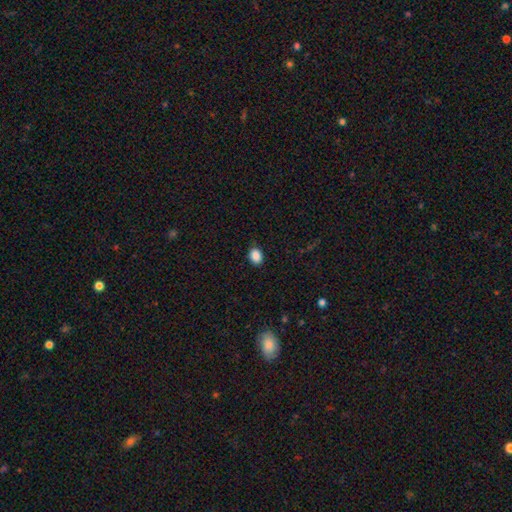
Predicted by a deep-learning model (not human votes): smooth_or_featured: smooth (p=0.88) [alt: star or artifact p=0.09]
how_rounded: in between (p=0.68) [alt: round p=0.31]
merging: none (p=0.87) [alt: minor disturbance p=0.10]